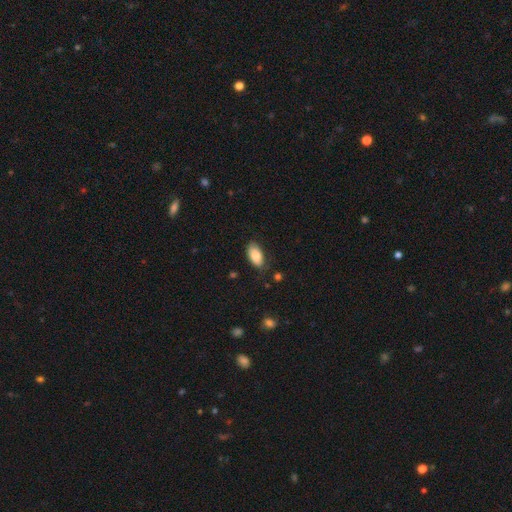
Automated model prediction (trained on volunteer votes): Smooth or featured: smooth — 82% (featured or disk — 11%)
How rounded: in between — 94% (round — 3%)
Merging: none — 76% (minor disturbance — 19%)